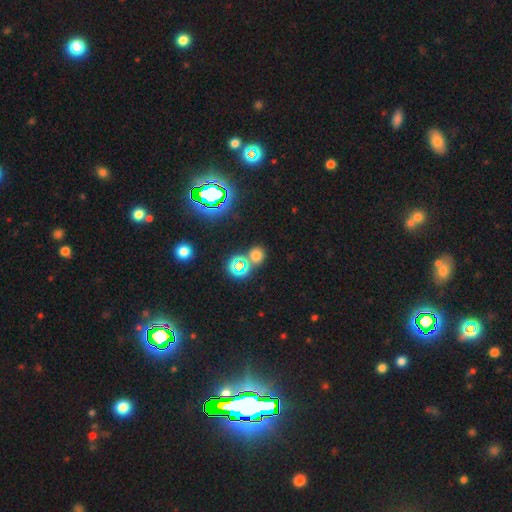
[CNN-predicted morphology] Overall: smooth (59%; star or artifact 34%). How rounded: round (80%). Merging: none (68%).